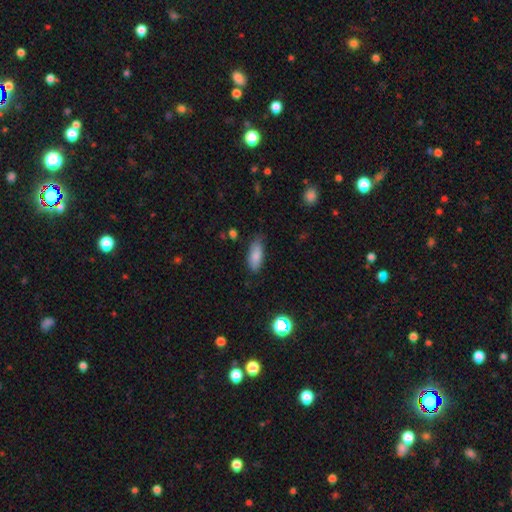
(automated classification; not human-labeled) smooth-or-featured: smooth: 83% | featured or disk: 9% | star or artifact: 8%
  how-rounded: in between: 80% | cigar-shaped: 18% | round: 2%
  merging: none: 71% | minor disturbance: 23% | major disturbance: 4% | merger: 2%